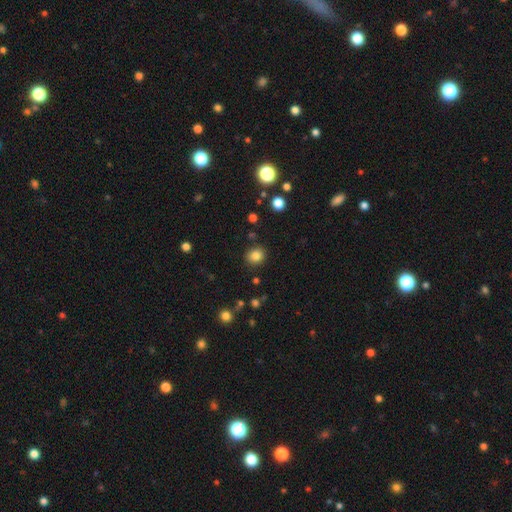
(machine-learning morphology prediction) Smooth or featured: smooth — 83% (star or artifact — 12%)
How rounded: round — 75% (in between — 24%)
Merging: none — 87% (minor disturbance — 8%)